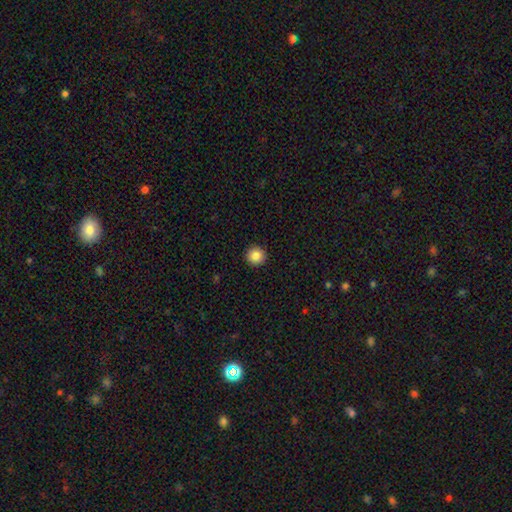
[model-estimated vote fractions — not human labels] A smooth galaxy with no disk features (86%) that is round (95%). Merging: none (93%).